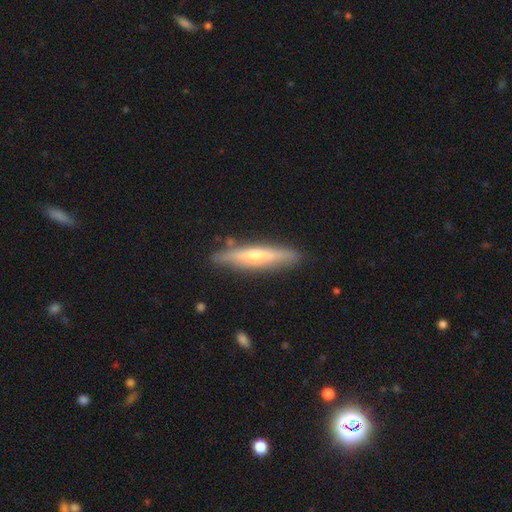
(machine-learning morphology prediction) This appears to be a featured or disk galaxy (61%) viewed edge-on (91%) with a rounded central bulge (81%). Merging: none (85%).